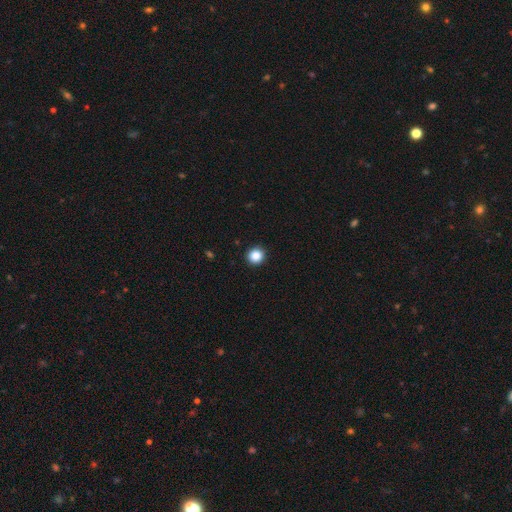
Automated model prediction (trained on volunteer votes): Morphology: type=smooth (86%); roundness=round (93%); merging=none (93%).